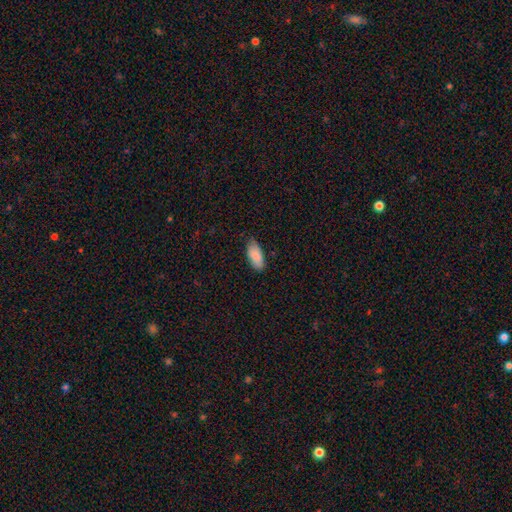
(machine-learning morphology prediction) This is clearly a smooth galaxy (86%). How rounded: clearly in between (89%). Merging: likely none (75%).